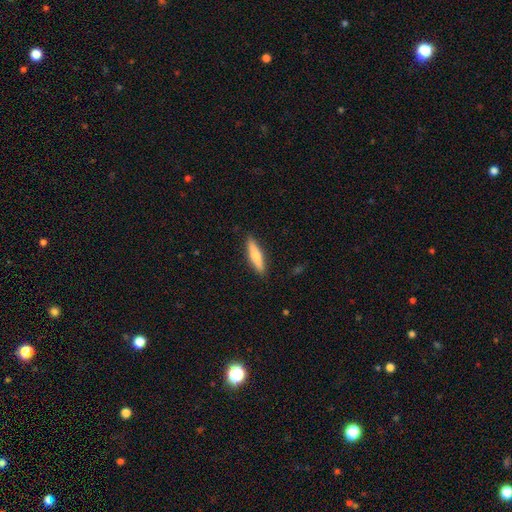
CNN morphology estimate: The model was most divided on "smooth or featured": smooth: 66%, featured or disk: 29%, star or artifact: 5%. More confident: merging — none (89%); how rounded — cigar-shaped (81%).